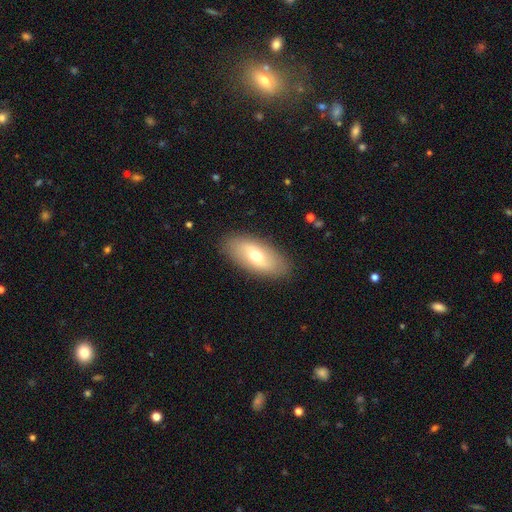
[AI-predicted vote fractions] Q: Smooth or featured?
A: smooth (55%); runner-up: featured or disk (38%)
Q: How rounded?
A: in between (87%); runner-up: cigar-shaped (9%)
Q: Merging?
A: none (88%); runner-up: minor disturbance (9%)